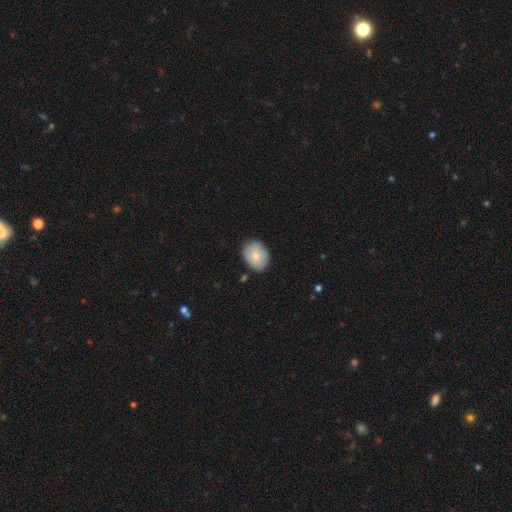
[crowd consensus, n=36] Smooth or featured? smooth (94%)
How rounded? in between (53%)
Merging? none (83%)